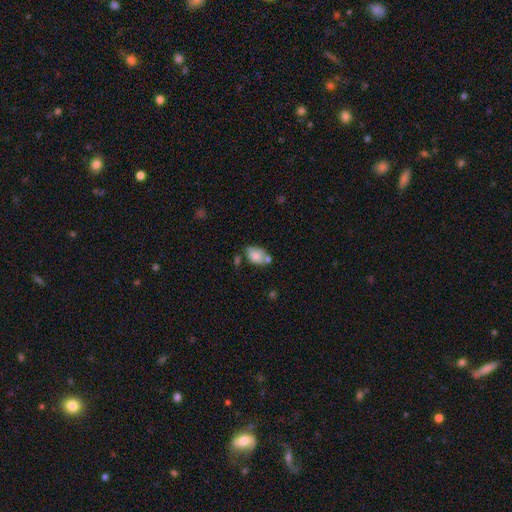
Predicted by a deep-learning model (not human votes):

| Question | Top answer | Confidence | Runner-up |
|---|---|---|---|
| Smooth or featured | smooth | 79% | featured or disk (13%) |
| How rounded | in between | 85% | round (14%) |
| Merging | none | 47% | minor disturbance (23%) |